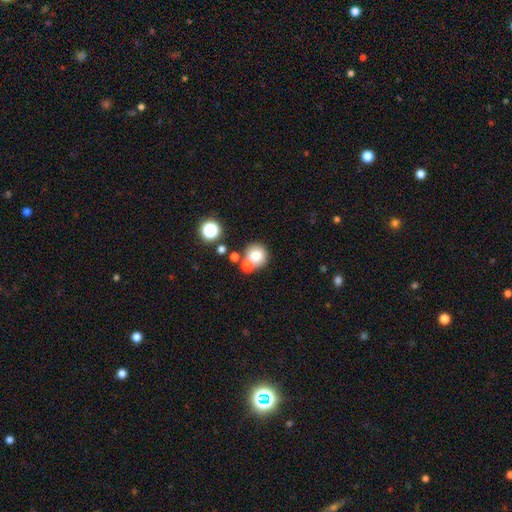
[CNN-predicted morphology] Smooth or featured?
  - smooth: 75% *
  - star or artifact: 13%
  - featured or disk: 13%
How rounded?
  - round: 89% *
  - in between: 10%
  - cigar-shaped: 1%
Merging?
  - none: 56% *
  - merger: 30%
  - minor disturbance: 10%
  - major disturbance: 4%